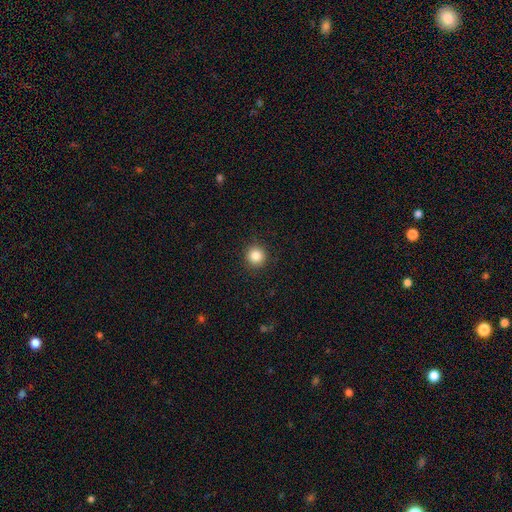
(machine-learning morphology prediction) A smooth galaxy with no disk features (86%) that is round (95%). Merging: none (92%).